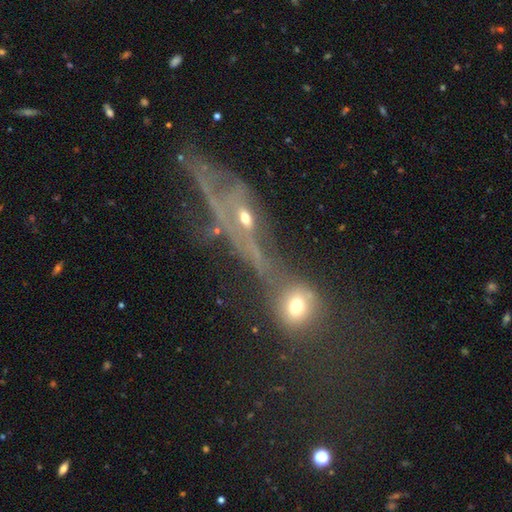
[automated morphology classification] This is possibly a featured or disk galaxy (47%). Merging: marginally merger (33%).